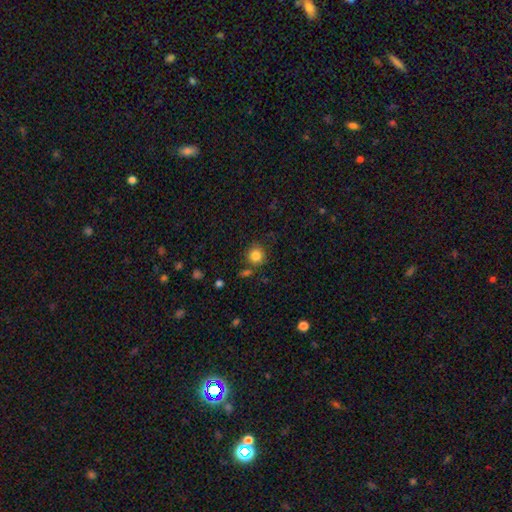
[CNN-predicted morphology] Overall: smooth (84%). How rounded: round (89%). Merging: none (77%).